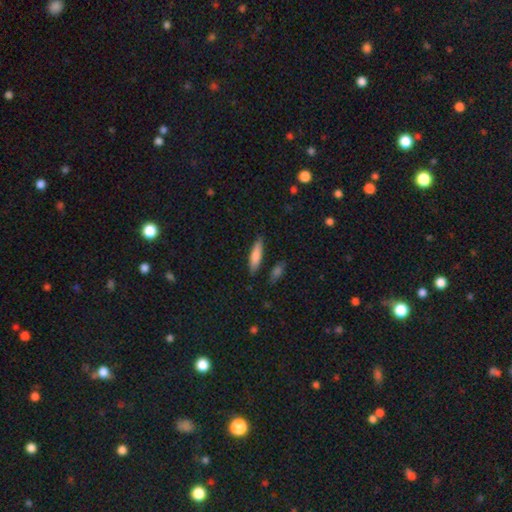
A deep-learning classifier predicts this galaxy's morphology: Smooth or featured?
  - smooth: 81% *
  - featured or disk: 13%
  - star or artifact: 6%
How rounded?
  - cigar-shaped: 71% *
  - in between: 28%
  - round: 2%
Merging?
  - none: 84% *
  - minor disturbance: 11%
  - merger: 3%
  - major disturbance: 2%